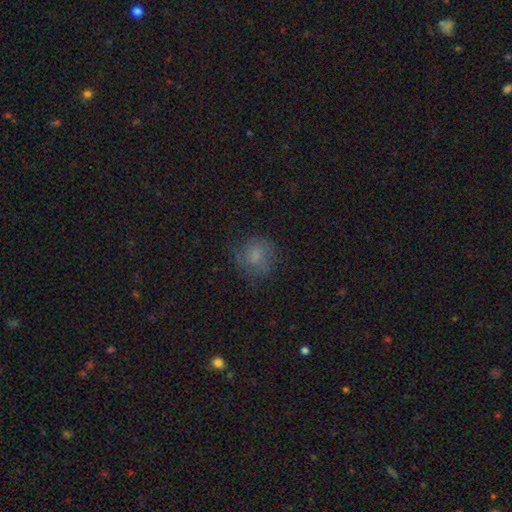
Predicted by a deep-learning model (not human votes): A smooth galaxy with no disk features (67%) that is round (83%). Merging: none (70%).